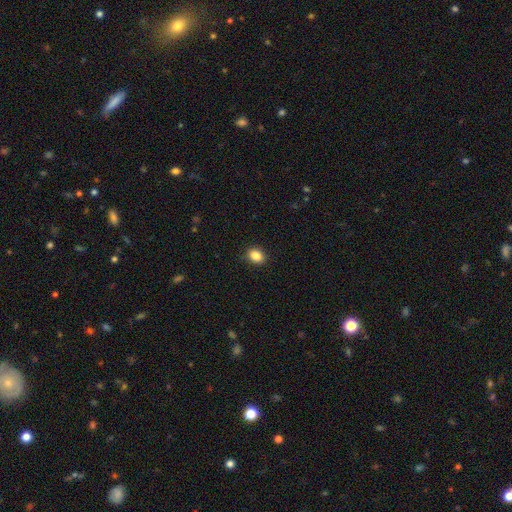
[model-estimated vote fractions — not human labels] This is clearly a smooth galaxy (86%). How rounded: likely in between (66%). Merging: clearly none (88%).